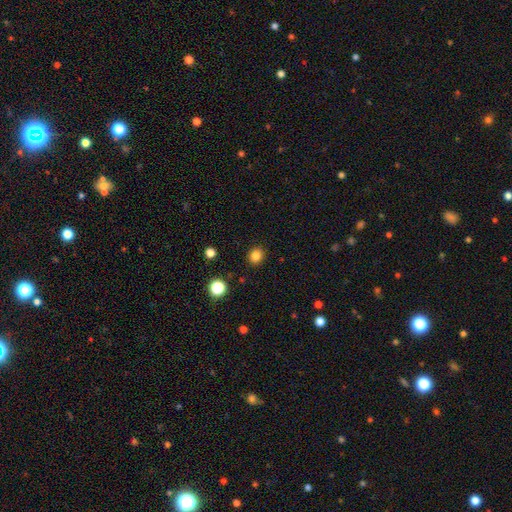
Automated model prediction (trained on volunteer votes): Morphology: type=smooth (84%); roundness=round (80%); merging=none (91%).